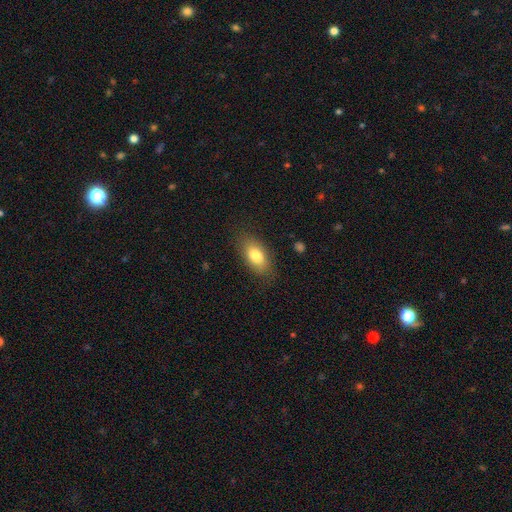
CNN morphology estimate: Q: Smooth or featured?
A: smooth (80%); runner-up: featured or disk (13%)
Q: How rounded?
A: in between (88%); runner-up: cigar-shaped (6%)
Q: Merging?
A: none (82%); runner-up: minor disturbance (13%)